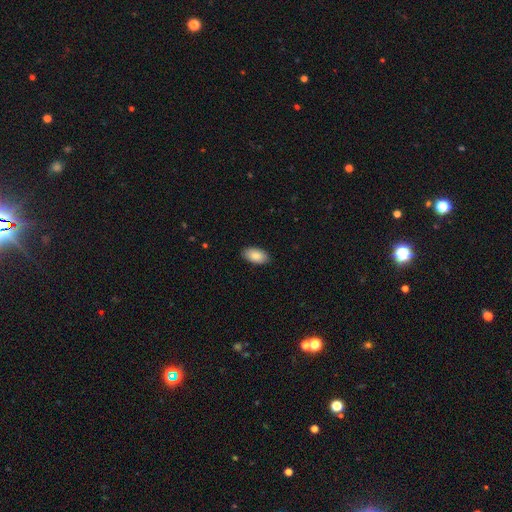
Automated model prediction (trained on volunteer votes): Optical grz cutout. It shows a smooth galaxy with no disk features (89%) that is in between round and cigar-shaped (95%). Merging: none (88%).